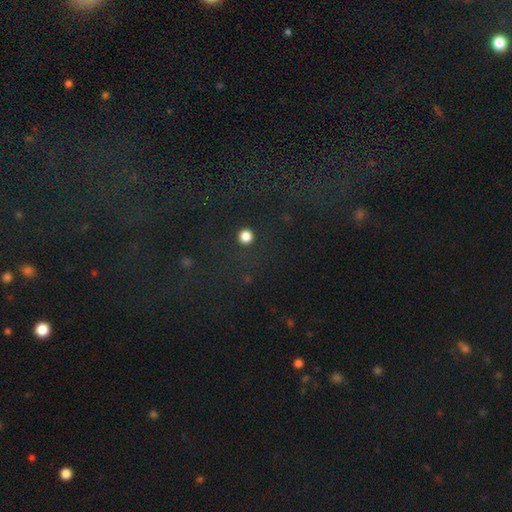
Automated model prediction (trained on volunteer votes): Smooth or featured: star or artifact — 72% (smooth — 16%)